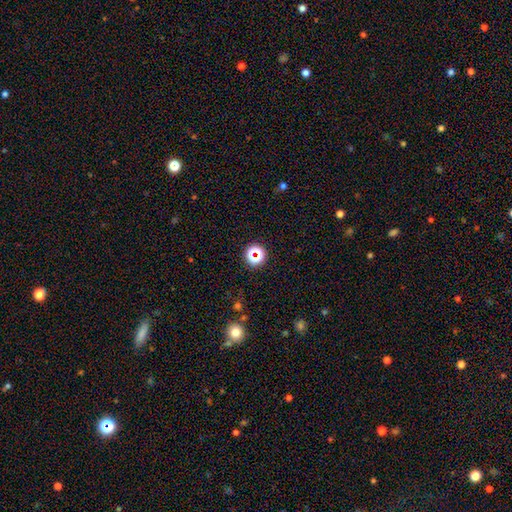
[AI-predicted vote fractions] The model was most divided on "smooth or featured": star or artifact: 55%, smooth: 36%, featured or disk: 8%.